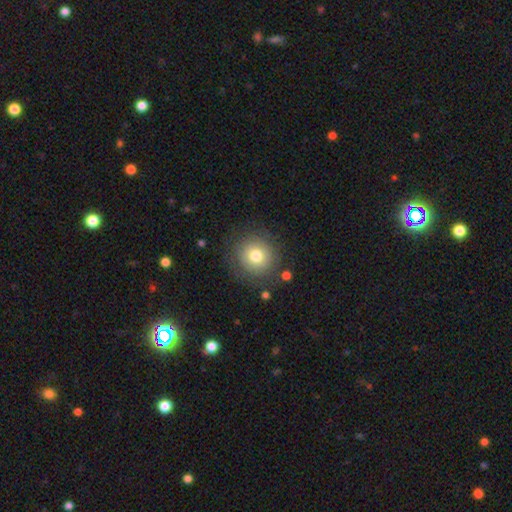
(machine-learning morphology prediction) smooth_or_featured: smooth (p=0.72) [alt: featured or disk p=0.18]
how_rounded: round (p=0.93) [alt: in between p=0.06]
merging: none (p=0.82) [alt: minor disturbance p=0.10]